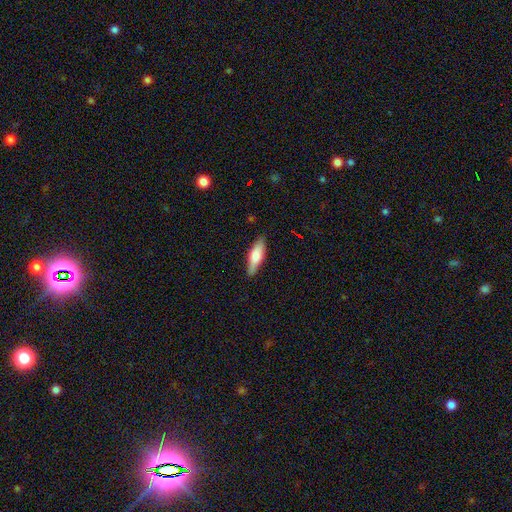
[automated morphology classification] This appears to be a smooth galaxy with no disk features (70%) that is cigar-shaped (50%). Merging: none (84%).